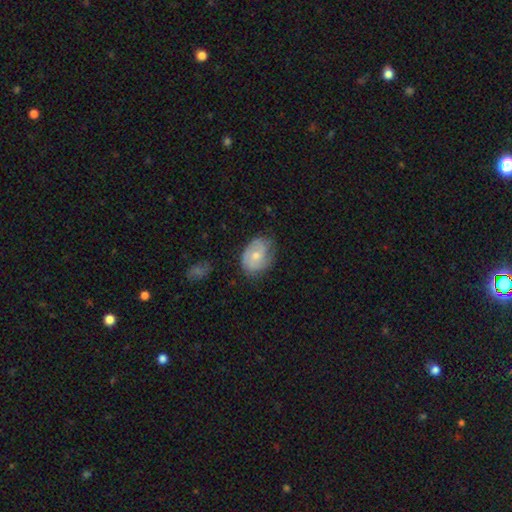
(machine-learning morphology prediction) This appears to be a featured or disk galaxy (49%). Merging: none (62%).